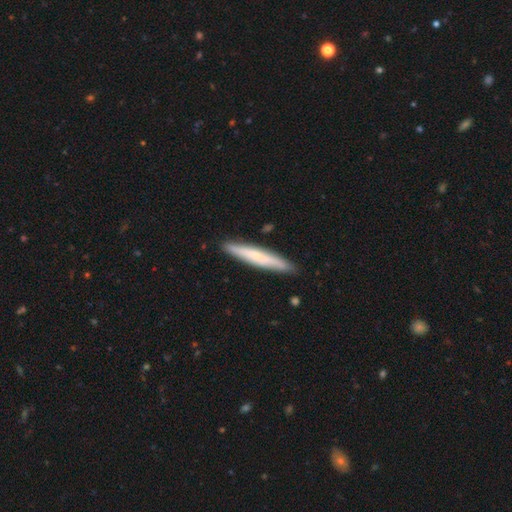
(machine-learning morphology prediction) smooth-or-featured: smooth: 53% | featured or disk: 41% | star or artifact: 6%
  how-rounded: cigar-shaped: 94% | in between: 4% | round: 1%
  merging: none: 89% | minor disturbance: 8% | major disturbance: 1% | merger: 1%